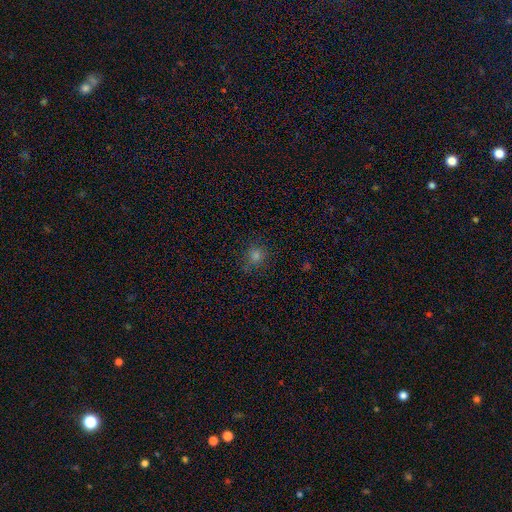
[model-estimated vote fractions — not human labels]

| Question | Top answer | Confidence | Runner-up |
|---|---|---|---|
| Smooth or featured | smooth | 71% | star or artifact (23%) |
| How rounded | round | 89% | in between (10%) |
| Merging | none | 82% | minor disturbance (12%) |